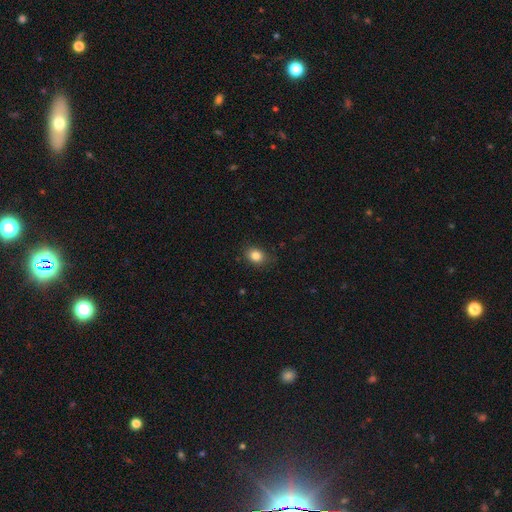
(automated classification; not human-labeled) Morphology: type=smooth (84%); roundness=round (51%); merging=none (82%).